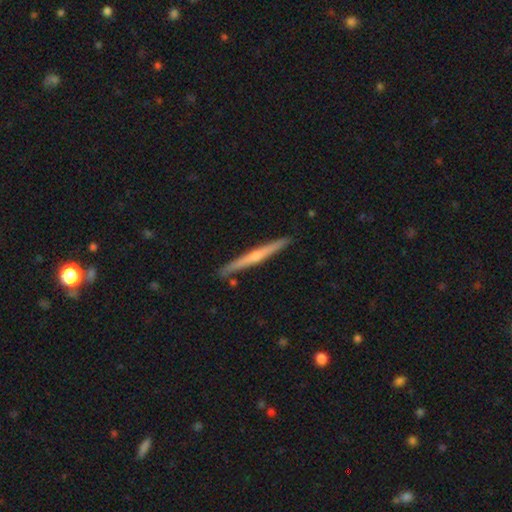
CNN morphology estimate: type=featured or disk (62%); edge-on=yes (98%); edge-on bulge=rounded (62%); merging=none (90%).